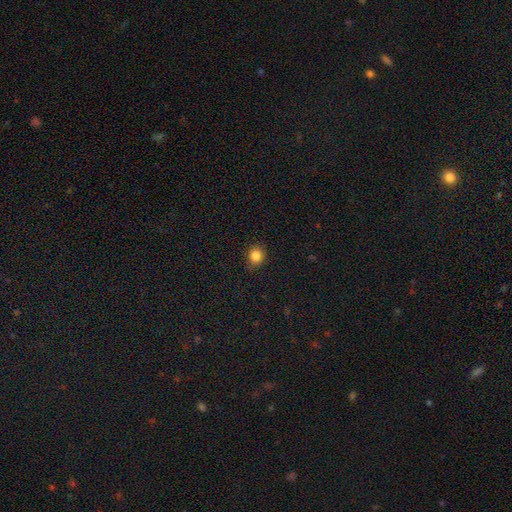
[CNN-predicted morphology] A smooth galaxy with no disk features (84%) that is round (84%). Merging: none (86%).